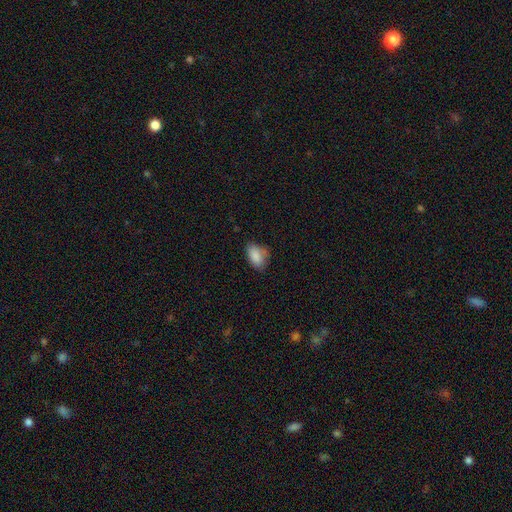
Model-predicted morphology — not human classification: A smooth galaxy with no disk features (86%) that is in between round and cigar-shaped (91%).

Vote fractions:
- Smooth or featured? smooth: 86% / star or artifact: 8% / featured or disk: 6%
- How rounded? in between: 91% / round: 7% / cigar-shaped: 2%
- Merging? none: 62% / minor disturbance: 28% / major disturbance: 6% / merger: 4%